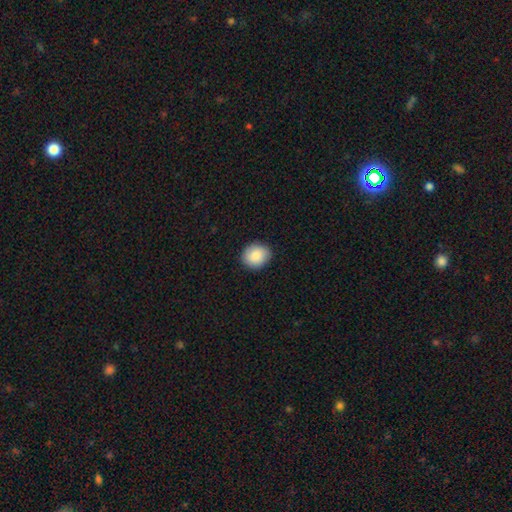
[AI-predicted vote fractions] smooth_or_featured: smooth (p=0.86) [alt: star or artifact p=0.07]
how_rounded: round (p=0.76) [alt: in between p=0.23]
merging: none (p=0.90) [alt: minor disturbance p=0.07]